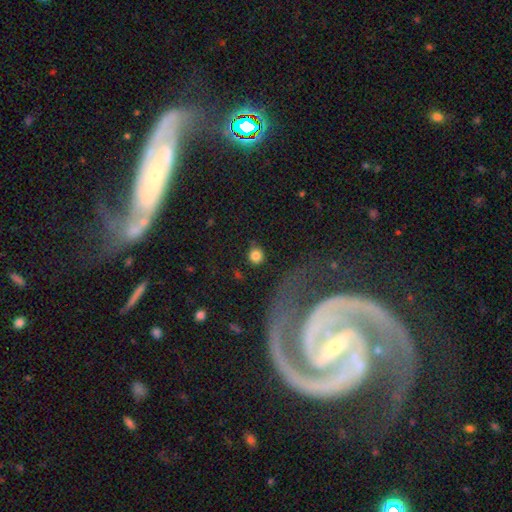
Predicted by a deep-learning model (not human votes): Smooth or featured?
  - smooth: 83% *
  - star or artifact: 11%
  - featured or disk: 6%
How rounded?
  - round: 91% *
  - in between: 7%
  - cigar-shaped: 1%
Merging?
  - none: 87% *
  - minor disturbance: 7%
  - major disturbance: 3%
  - merger: 3%